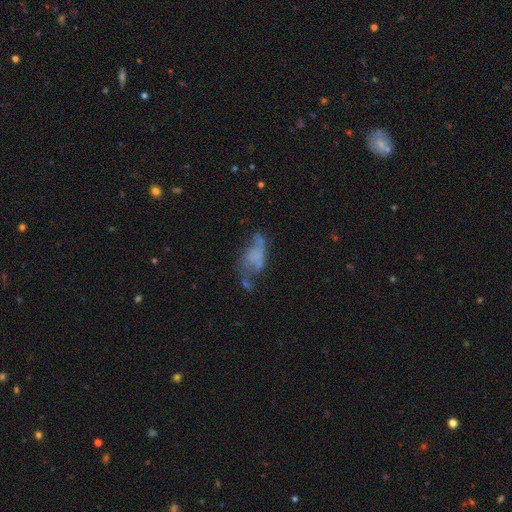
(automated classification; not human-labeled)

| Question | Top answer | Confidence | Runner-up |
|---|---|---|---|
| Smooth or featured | featured or disk | 44% | smooth (42%) |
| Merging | major disturbance | 33% | none (28%) |